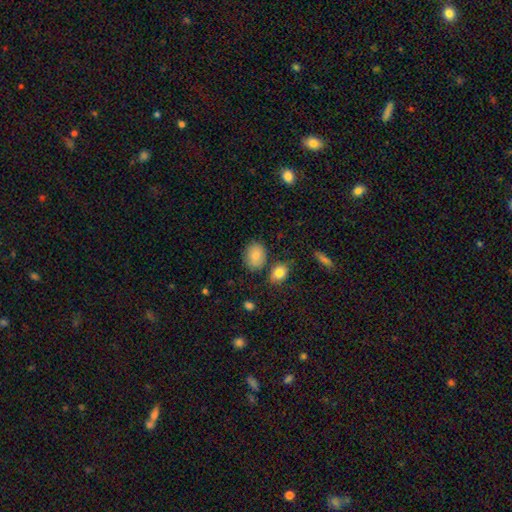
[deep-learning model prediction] smooth-or-featured: smooth: 83% | featured or disk: 9% | star or artifact: 8%
  how-rounded: in between: 62% | round: 37% | cigar-shaped: 1%
  merging: none: 74% | minor disturbance: 15% | merger: 7% | major disturbance: 4%